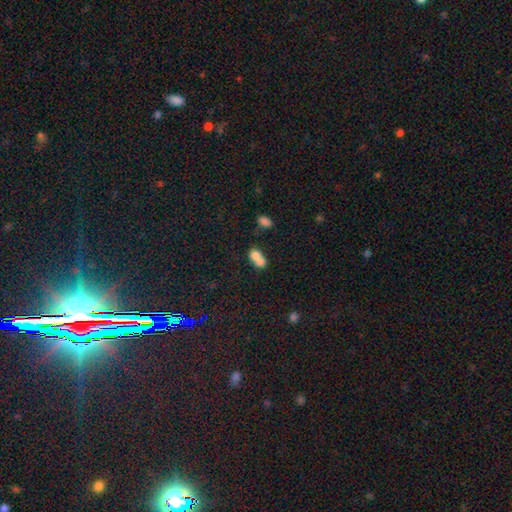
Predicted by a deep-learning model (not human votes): Smooth or featured? smooth (72%)
How rounded? in between (52%)
Merging? merger (72%)